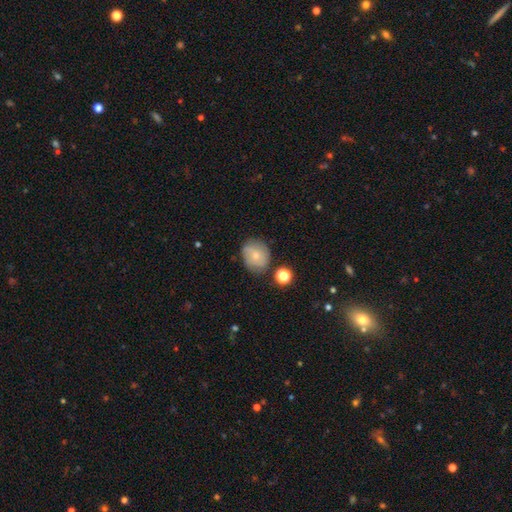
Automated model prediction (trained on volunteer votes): Morphology: type=smooth (60%); roundness=round (69%); merging=none (68%).